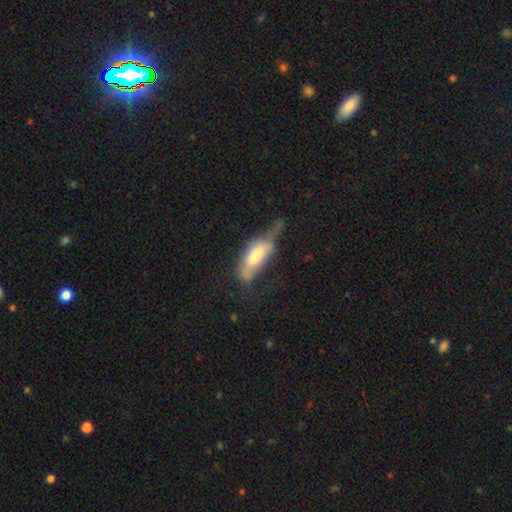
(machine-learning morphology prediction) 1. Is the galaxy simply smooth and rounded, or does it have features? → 63% smooth, 30% featured or disk, 7% star or artifact.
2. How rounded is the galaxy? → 65% in between, 33% cigar-shaped, 2% round.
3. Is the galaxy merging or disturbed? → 42% major disturbance, 30% minor disturbance, 20% none, 9% merger.